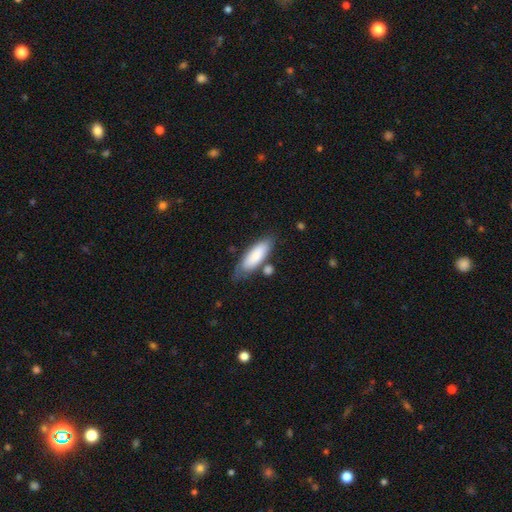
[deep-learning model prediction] Smooth or featured?
  - smooth: 78% *
  - featured or disk: 16%
  - star or artifact: 6%
How rounded?
  - in between: 63% *
  - cigar-shaped: 35%
  - round: 2%
Merging?
  - none: 65% *
  - minor disturbance: 19%
  - merger: 10%
  - major disturbance: 5%